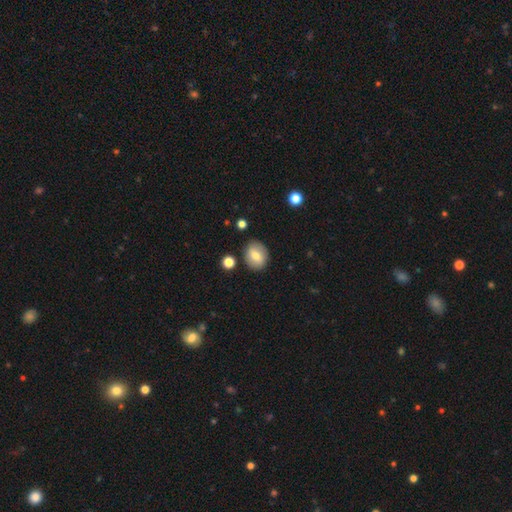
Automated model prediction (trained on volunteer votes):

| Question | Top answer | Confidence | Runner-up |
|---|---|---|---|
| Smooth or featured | smooth | 69% | featured or disk (22%) |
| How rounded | round | 52% | in between (47%) |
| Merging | none | 84% | minor disturbance (10%) |